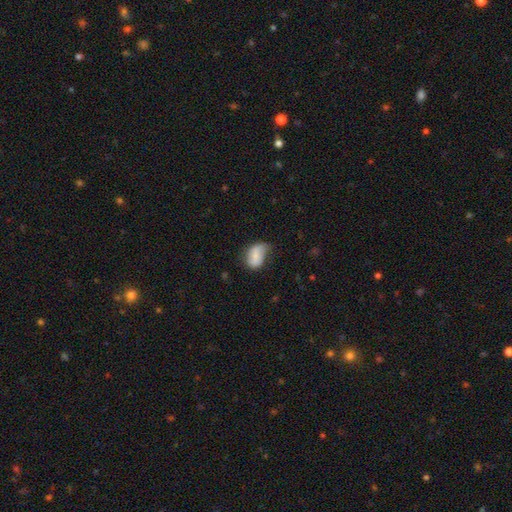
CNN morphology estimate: Smooth or featured? Predicted: smooth (p=0.70). How rounded? Predicted: in between (p=0.84). Merging? Predicted: minor disturbance (p=0.42).